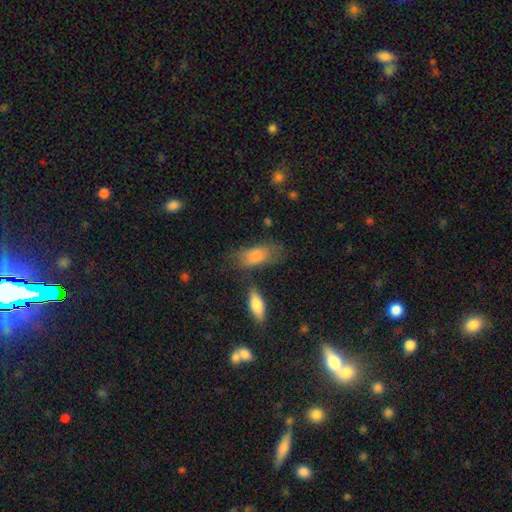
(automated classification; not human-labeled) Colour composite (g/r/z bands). It shows a smooth galaxy with no disk features (77%) that is in between round and cigar-shaped (83%). Merging: none (57%).